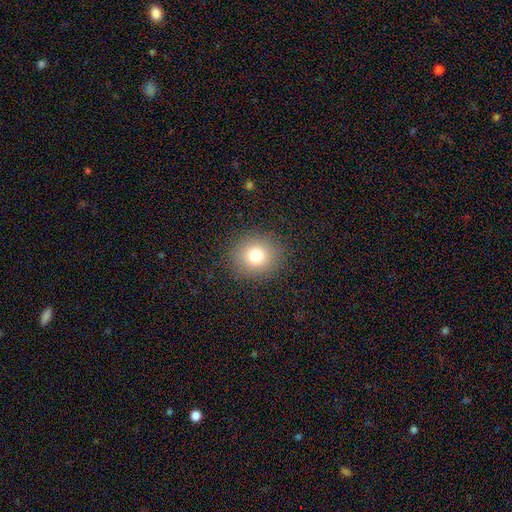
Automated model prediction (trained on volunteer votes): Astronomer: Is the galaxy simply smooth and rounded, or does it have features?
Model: smooth — 77%.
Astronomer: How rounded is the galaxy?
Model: round — 83%.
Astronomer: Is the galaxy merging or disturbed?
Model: none — 89%.